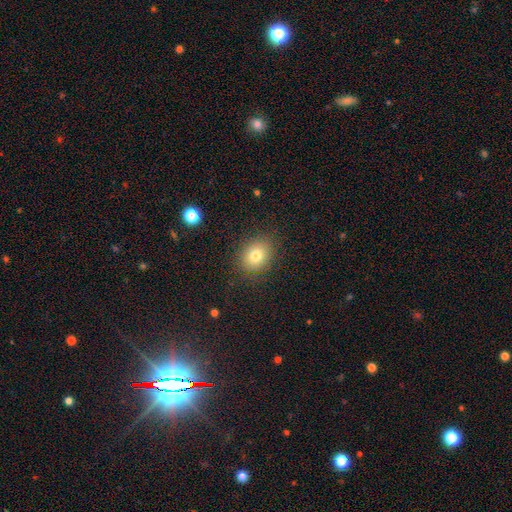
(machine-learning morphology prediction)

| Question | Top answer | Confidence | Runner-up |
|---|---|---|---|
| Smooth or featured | smooth | 78% | star or artifact (12%) |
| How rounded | round | 51% | in between (48%) |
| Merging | none | 85% | minor disturbance (10%) |